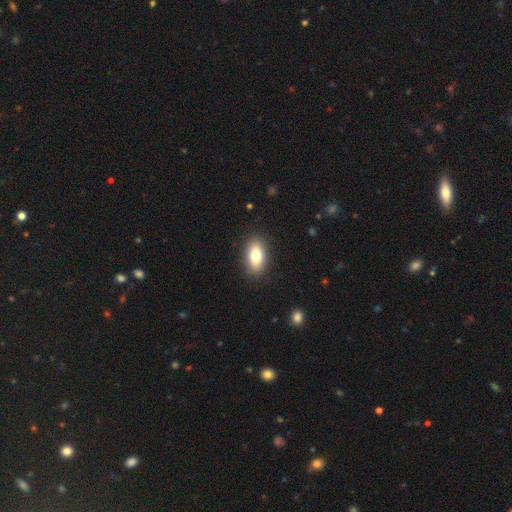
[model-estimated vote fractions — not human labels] A smooth galaxy with no disk features (79%) that is in between round and cigar-shaped (88%). Merging: none (88%).